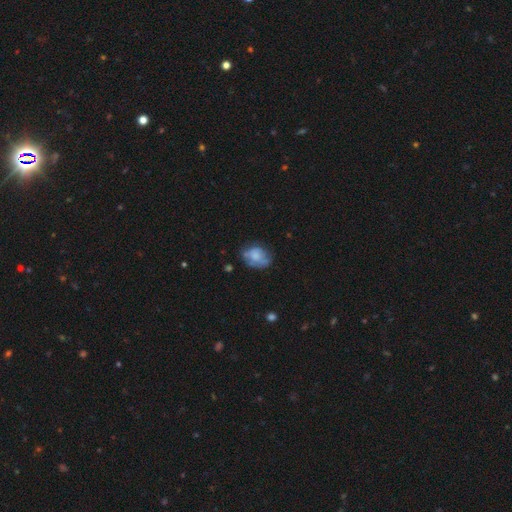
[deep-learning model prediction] Morphology: type=smooth (57%); roundness=in between (62%); merging=none (53%).